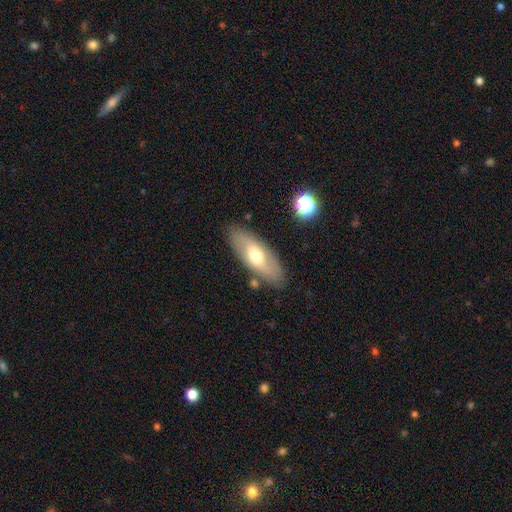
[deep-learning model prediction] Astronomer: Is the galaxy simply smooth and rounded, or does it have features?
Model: smooth — 57% (runner-up: featured or disk, 37%).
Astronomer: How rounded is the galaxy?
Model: in between — 77%.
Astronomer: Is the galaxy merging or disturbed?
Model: none — 82%.